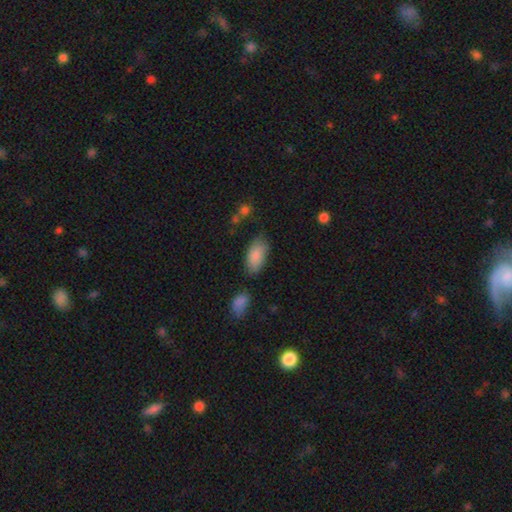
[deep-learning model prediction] This is clearly a smooth galaxy (87%). How rounded: clearly in between (94%). Merging: likely none (66%).